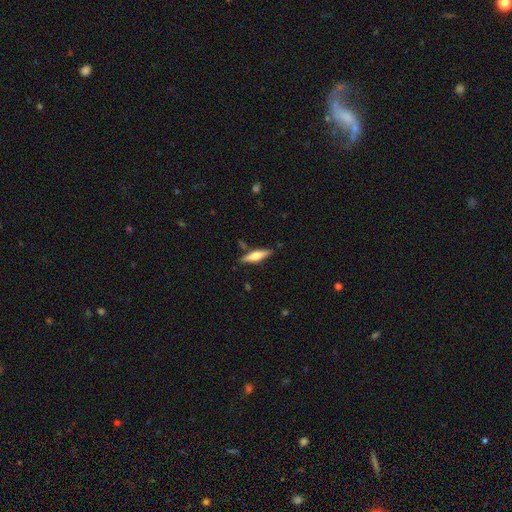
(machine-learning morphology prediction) Overall: smooth (47%, tied with featured or disk). Merging: none (84%).